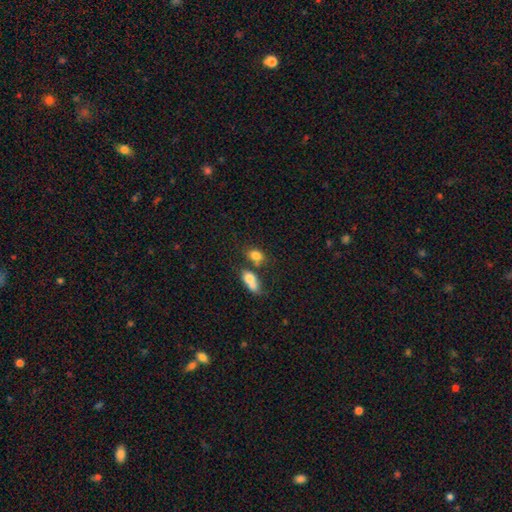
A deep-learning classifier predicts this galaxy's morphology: Overall: smooth (79%). How rounded: in between (71%). Merging: none (41%, tied with merger).